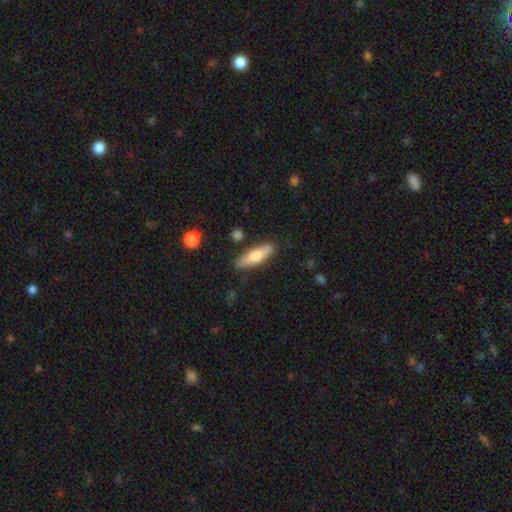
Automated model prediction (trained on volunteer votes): Smooth or featured?
  - smooth: 70% *
  - featured or disk: 24%
  - star or artifact: 6%
How rounded?
  - cigar-shaped: 57% *
  - in between: 41%
  - round: 2%
Merging?
  - none: 83% *
  - minor disturbance: 11%
  - merger: 3%
  - major disturbance: 3%